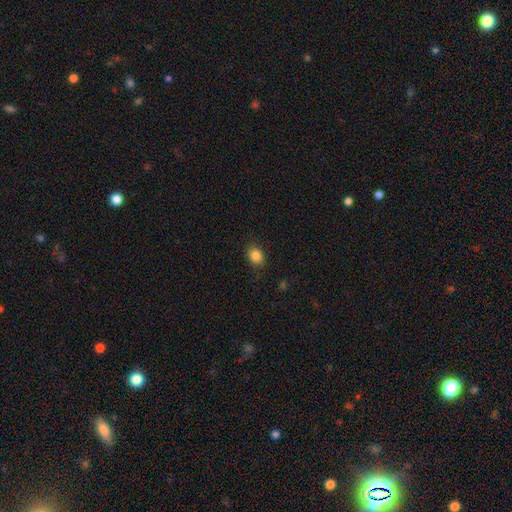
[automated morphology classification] This appears to be a smooth galaxy with no disk features (85%) that is in between round and cigar-shaped (52%). Merging: none (84%).